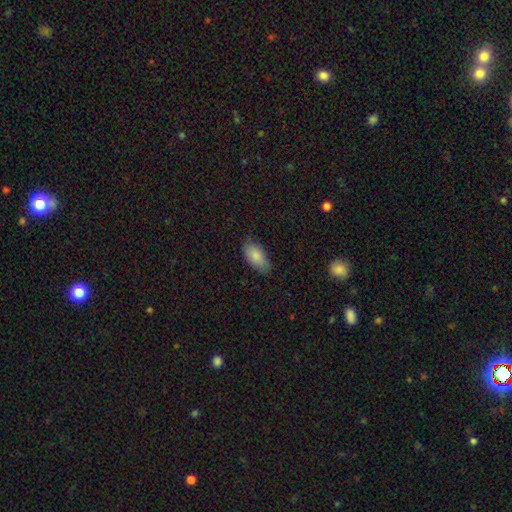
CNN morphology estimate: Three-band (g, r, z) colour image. It shows a smooth galaxy with no disk features (86%) that is in between round and cigar-shaped (94%). Merging: none (78%).